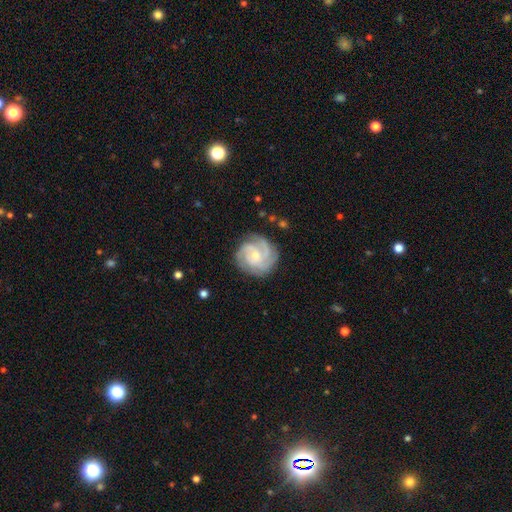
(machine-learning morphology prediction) This appears to be a featured or disk galaxy (88%) with no bar (67%), 3 (49%) tight (66%) spiral arms (98%) and a small central bulge (62%). Merging: none (80%).